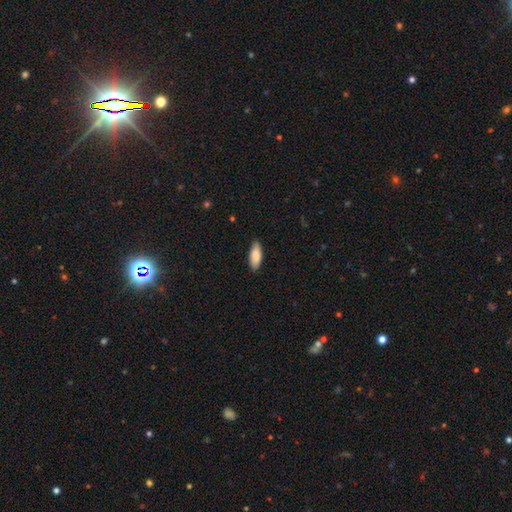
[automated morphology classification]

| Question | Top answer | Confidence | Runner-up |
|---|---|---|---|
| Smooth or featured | smooth | 87% | featured or disk (7%) |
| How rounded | in between | 80% | cigar-shaped (19%) |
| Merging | none | 86% | minor disturbance (12%) |